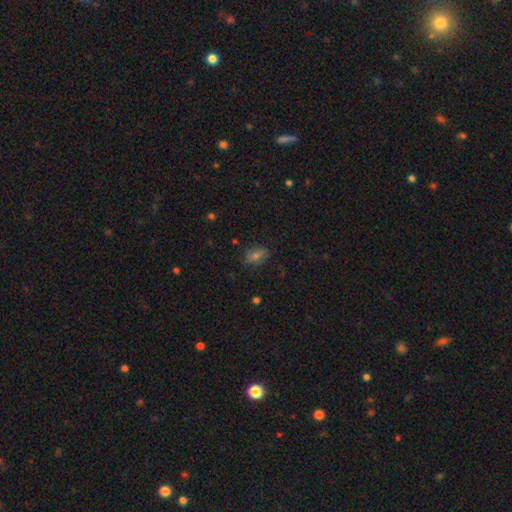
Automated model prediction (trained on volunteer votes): The model was most divided on "smooth or featured": smooth: 60%, star or artifact: 22%, featured or disk: 19%. More confident: merging — none (79%); how rounded — in between (77%).